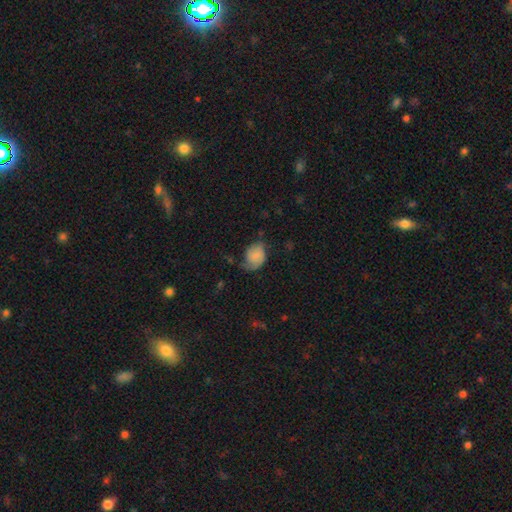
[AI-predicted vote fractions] smooth_or_featured: smooth (p=0.62) [alt: featured or disk p=0.30]
how_rounded: in between (p=0.60) [alt: round p=0.39]
merging: none (p=0.39) [alt: minor disturbance p=0.36]